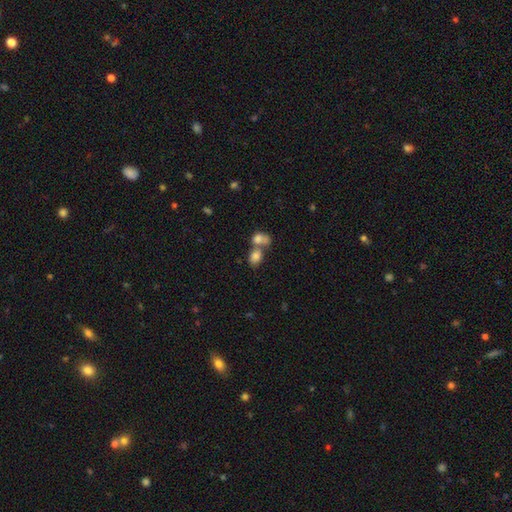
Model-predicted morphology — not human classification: type=smooth (80%); roundness=in between (69%); merging=merger (60%).